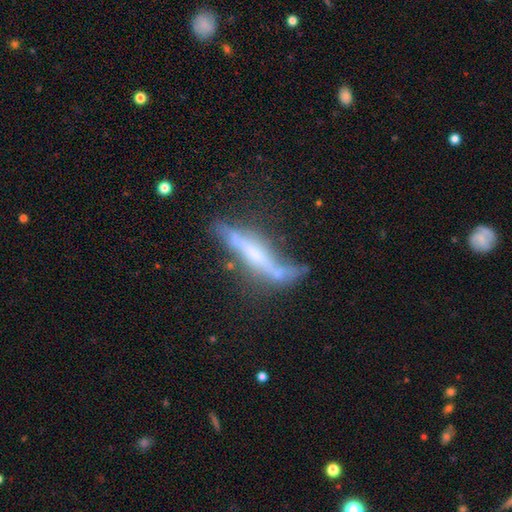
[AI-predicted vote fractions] The model was most divided on "edge-on bulge": rounded: 46%, none: 32%, boxy: 22%. Remaining: edge-on disk — yes (78%); smooth or featured — featured or disk (69%); merging — none (45%).